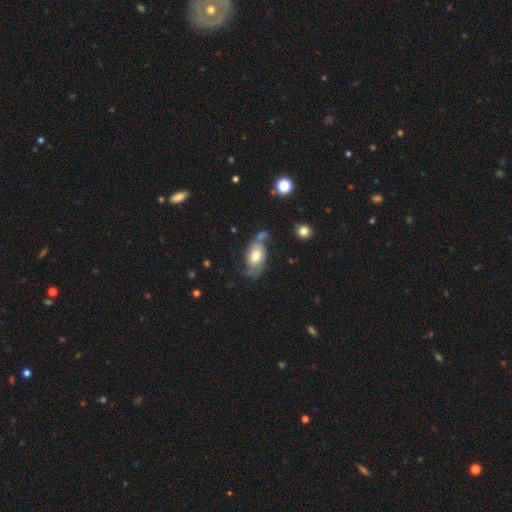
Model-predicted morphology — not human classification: The model was most divided on "smooth or featured": smooth: 50%, featured or disk: 42%, star or artifact: 7%. Remaining: how rounded — in between (89%); merging — none (45%).